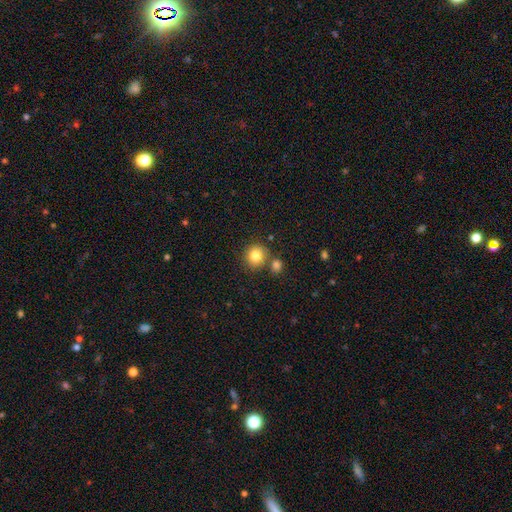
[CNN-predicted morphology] Smooth or featured? smooth (82%)
How rounded? round (89%)
Merging? none (72%)